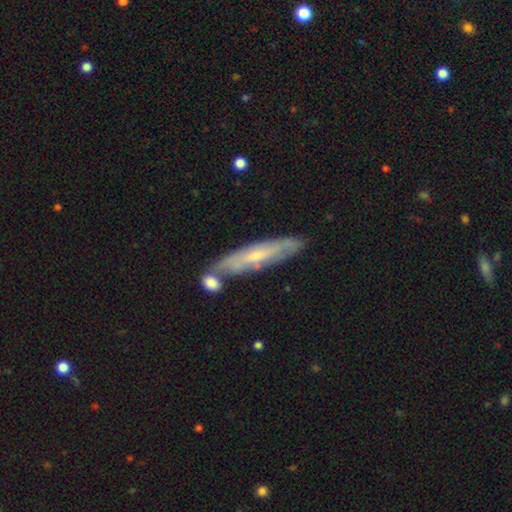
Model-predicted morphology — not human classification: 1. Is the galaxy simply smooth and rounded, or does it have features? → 60% featured or disk, 34% smooth, 6% star or artifact.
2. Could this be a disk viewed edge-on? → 56% yes, 44% no.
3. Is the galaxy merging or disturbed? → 67% none, 15% minor disturbance, 15% merger, 4% major disturbance.